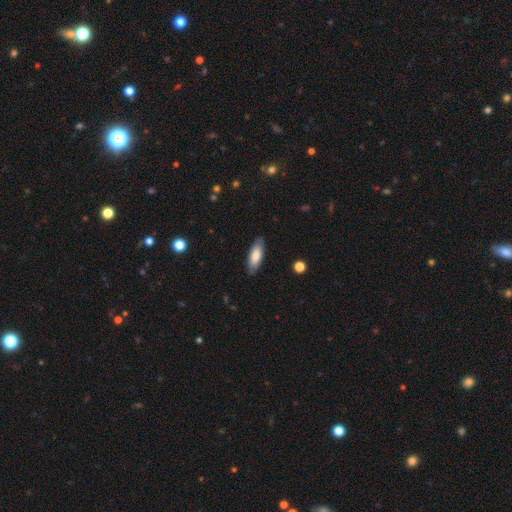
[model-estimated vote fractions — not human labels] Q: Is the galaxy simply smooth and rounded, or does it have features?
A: smooth — 78%.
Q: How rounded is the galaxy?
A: in between — 66%.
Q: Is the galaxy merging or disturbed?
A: none — 87%.